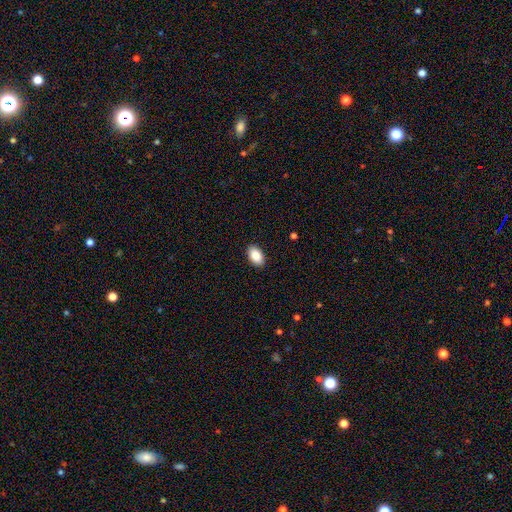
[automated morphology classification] A smooth galaxy with no disk features (88%) that is in between round and cigar-shaped (92%).

Vote fractions:
- Smooth or featured? smooth: 88% / star or artifact: 7% / featured or disk: 5%
- How rounded? in between: 92% / round: 6% / cigar-shaped: 1%
- Merging? none: 90% / minor disturbance: 7% / major disturbance: 2% / merger: 1%